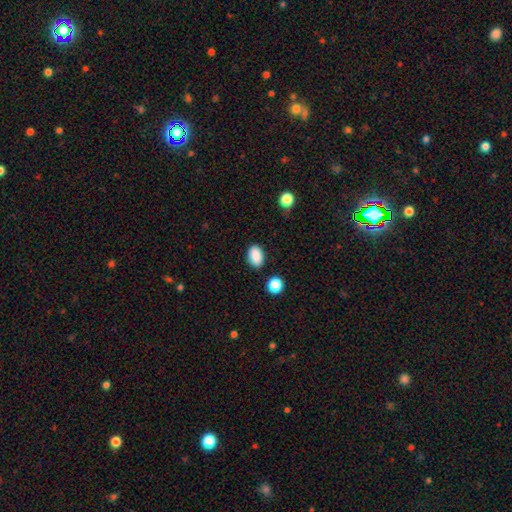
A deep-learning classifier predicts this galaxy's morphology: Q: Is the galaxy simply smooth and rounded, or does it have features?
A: smooth — 89%.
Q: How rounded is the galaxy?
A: in between — 88%.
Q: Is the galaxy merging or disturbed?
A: none — 86%.